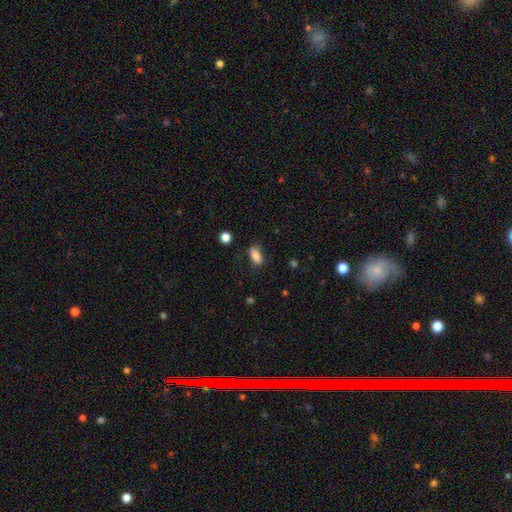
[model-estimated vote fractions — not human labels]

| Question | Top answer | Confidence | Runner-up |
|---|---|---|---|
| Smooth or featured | smooth | 85% | star or artifact (9%) |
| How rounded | in between | 85% | cigar-shaped (10%) |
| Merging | none | 75% | minor disturbance (18%) |